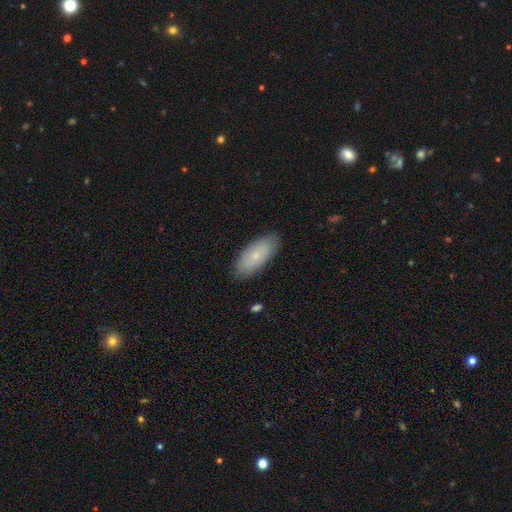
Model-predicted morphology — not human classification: Smooth or featured?
  - smooth: 77% *
  - featured or disk: 17%
  - star or artifact: 6%
How rounded?
  - in between: 86% *
  - cigar-shaped: 12%
  - round: 2%
Merging?
  - none: 86% *
  - minor disturbance: 11%
  - major disturbance: 2%
  - merger: 1%